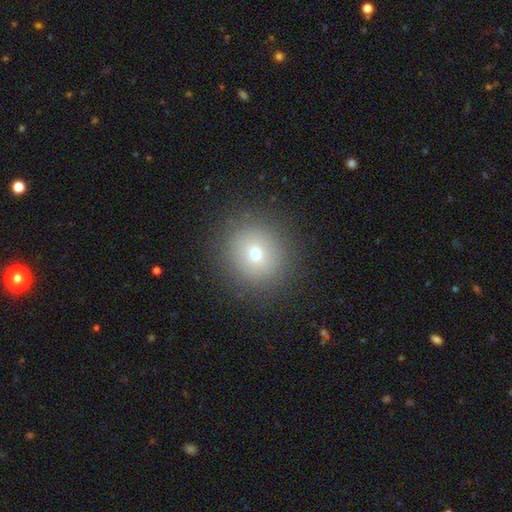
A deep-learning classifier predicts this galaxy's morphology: Smooth or featured: smooth — 71% (star or artifact — 17%)
How rounded: round — 91% (in between — 8%)
Merging: none — 89% (minor disturbance — 7%)